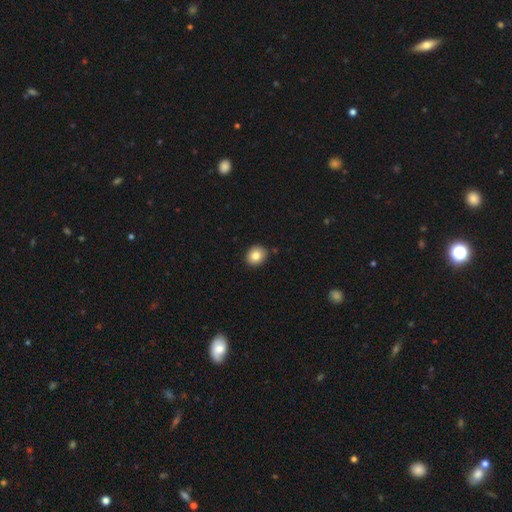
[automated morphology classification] A smooth galaxy with no disk features (82%) that is round (71%). Merging: none (89%).